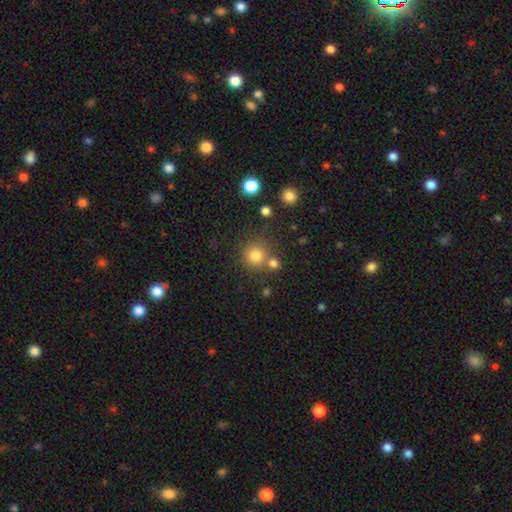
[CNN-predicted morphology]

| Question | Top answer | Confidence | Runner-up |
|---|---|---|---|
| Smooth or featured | smooth | 79% | star or artifact (15%) |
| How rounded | round | 92% | in between (7%) |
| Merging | none | 70% | merger (18%) |